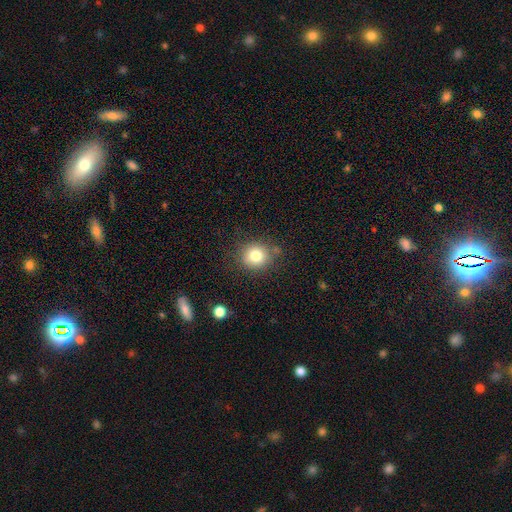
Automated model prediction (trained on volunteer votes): The model was most divided on "smooth or featured": smooth: 78%, star or artifact: 12%, featured or disk: 10%. More confident: how rounded — round (85%); merging — none (81%).